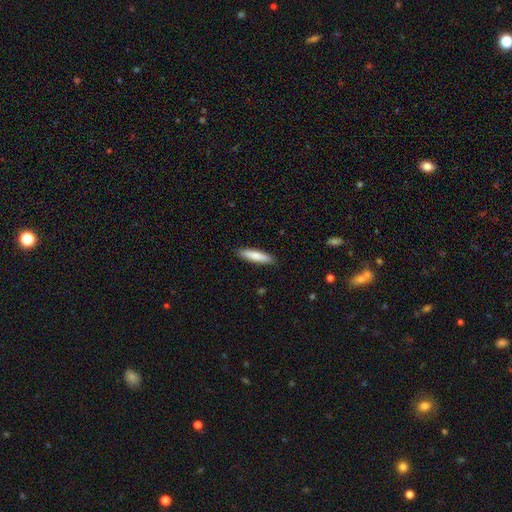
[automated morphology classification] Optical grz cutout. It shows a smooth galaxy with no disk features (81%) that is cigar-shaped (80%). Merging: none (90%).